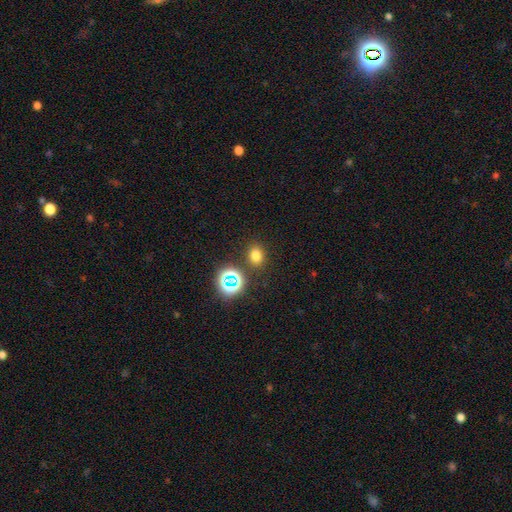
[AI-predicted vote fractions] smooth 72%, star or artifact 22%, featured or disk 6%. Down the decision tree: how rounded — in between (50%); merging — none (84%).